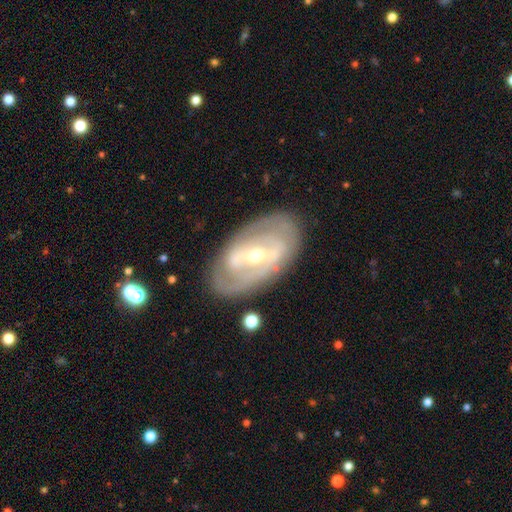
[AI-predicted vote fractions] smooth-or-featured: featured or disk: 82% | smooth: 13% | star or artifact: 5%
  disk-edge-on: no: 92% | yes: 8%
    bar: strong: 59% | weak: 29% | no: 12%
    has-spiral-arms: yes: 67% | no: 33%
      spiral-winding: tight: 51% | medium: 34% | loose: 15%
      spiral-arm-count: 2: 62% | can't tell: 26% | 3: 5% | 1: 3% | 4: 2% | more than 4: 2%
    bulge-size: small: 49% | moderate: 47% | large: 2% | none: 1% | dominant: 1%
  merging: none: 80% | minor disturbance: 13% | major disturbance: 5% | merger: 2%